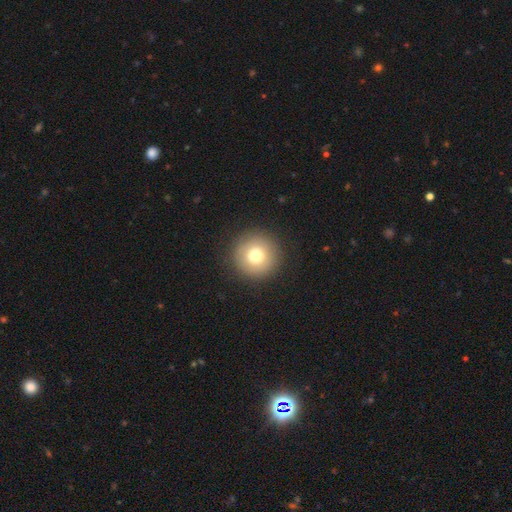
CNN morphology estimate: smooth_or_featured: smooth (p=0.76) [alt: featured or disk p=0.13]
how_rounded: round (p=0.97) [alt: in between p=0.03]
merging: none (p=0.91) [alt: minor disturbance p=0.05]